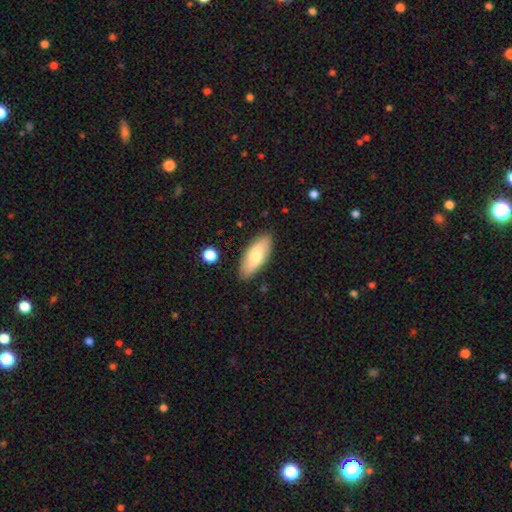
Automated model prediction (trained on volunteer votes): smooth-or-featured: smooth: 69% | featured or disk: 25% | star or artifact: 6%
  how-rounded: in between: 81% | cigar-shaped: 17% | round: 2%
  merging: none: 86% | minor disturbance: 10% | major disturbance: 2% | merger: 2%